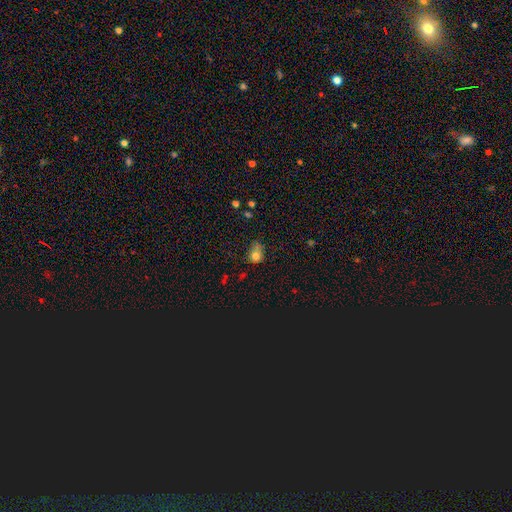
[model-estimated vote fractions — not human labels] The model was most divided on "merging": minor disturbance: 35%, none: 33%, major disturbance: 22%, merger: 10%. More confident: smooth or featured — smooth (75%); how rounded — round (55%).